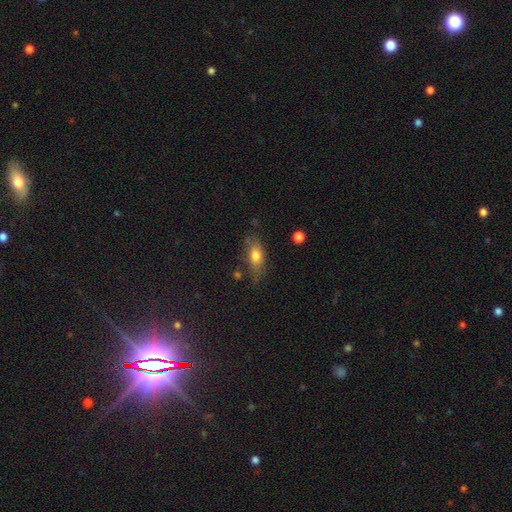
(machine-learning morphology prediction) Overall: smooth (71%). How rounded: in between (77%). Merging: none (61%; minor disturbance 26%).